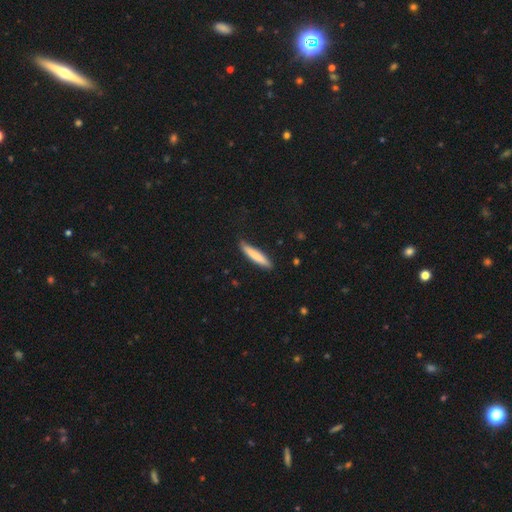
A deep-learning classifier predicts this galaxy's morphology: Smooth or featured?
  - smooth: 78% *
  - featured or disk: 17%
  - star or artifact: 5%
How rounded?
  - cigar-shaped: 90% *
  - in between: 9%
  - round: 1%
Merging?
  - none: 84% *
  - minor disturbance: 13%
  - major disturbance: 2%
  - merger: 1%